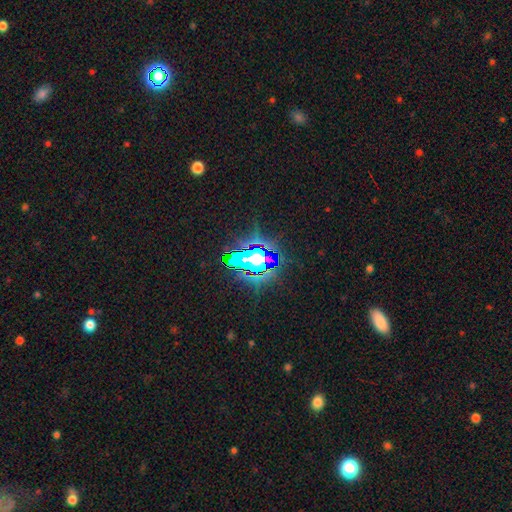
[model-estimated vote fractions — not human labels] Q: Smooth or featured?
A: star or artifact (62%); runner-up: smooth (21%)